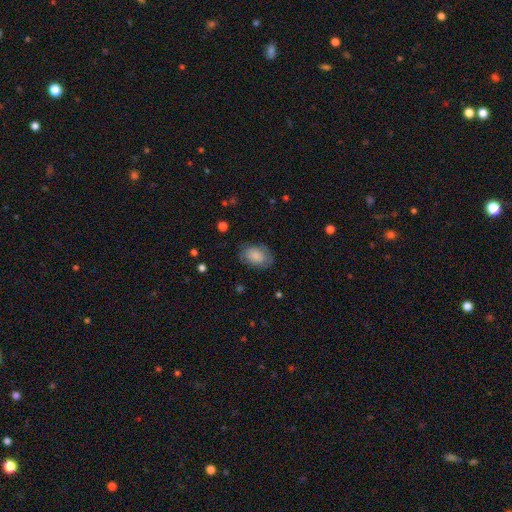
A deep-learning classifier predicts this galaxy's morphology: smooth_or_featured: smooth (p=0.80) [alt: featured or disk p=0.13]
how_rounded: in between (p=0.84) [alt: round p=0.15]
merging: none (p=0.72) [alt: minor disturbance p=0.19]